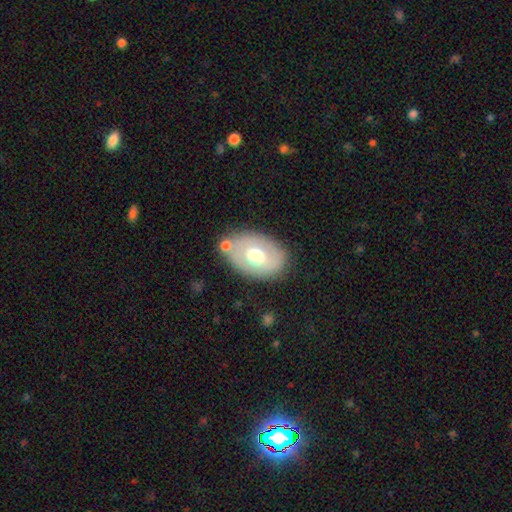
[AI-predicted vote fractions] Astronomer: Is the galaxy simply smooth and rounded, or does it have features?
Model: smooth — 56% (runner-up: featured or disk, 37%).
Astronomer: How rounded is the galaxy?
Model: in between — 82%.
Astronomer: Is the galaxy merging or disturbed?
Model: none — 71%.